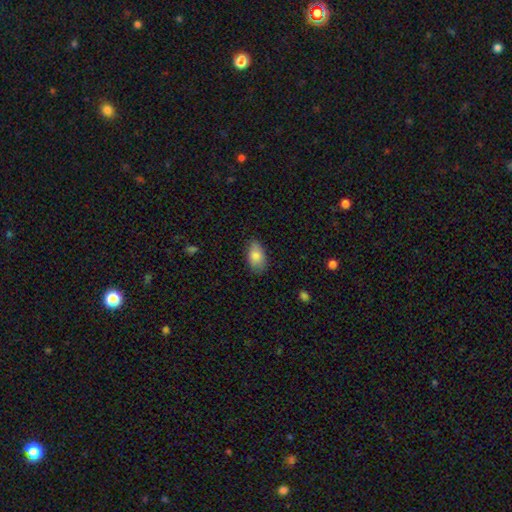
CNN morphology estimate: smooth 83%, featured or disk 10%, star or artifact 7%. Down the decision tree: how rounded — in between (91%); merging — none (77%).